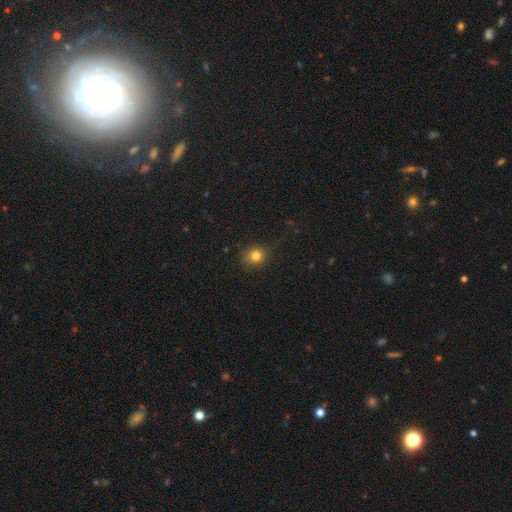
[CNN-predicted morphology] smooth_or_featured: smooth (p=0.80) [alt: star or artifact p=0.13]
how_rounded: round (p=0.81) [alt: in between p=0.18]
merging: none (p=0.82) [alt: minor disturbance p=0.13]